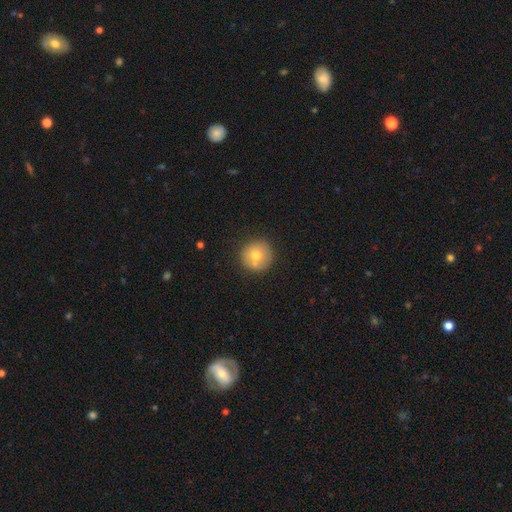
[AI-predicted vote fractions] Overall: smooth (71%). How rounded: round (95%). Merging: none (76%).